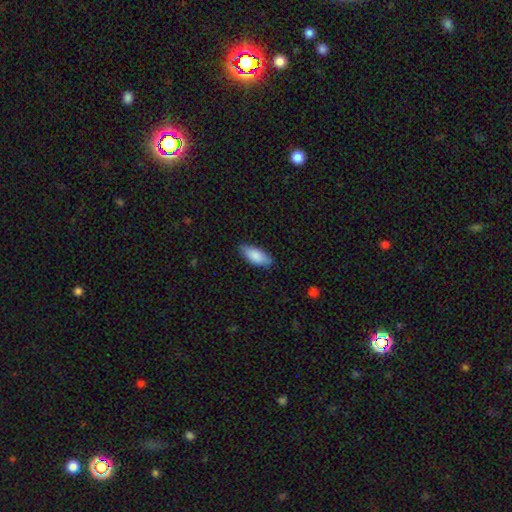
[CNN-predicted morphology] A smooth galaxy with no disk features (85%) that is in between round and cigar-shaped (83%).

Vote fractions:
- Smooth or featured? smooth: 85% / featured or disk: 9% / star or artifact: 6%
- How rounded? in between: 83% / cigar-shaped: 15% / round: 2%
- Merging? none: 80% / minor disturbance: 16% / major disturbance: 2% / merger: 1%